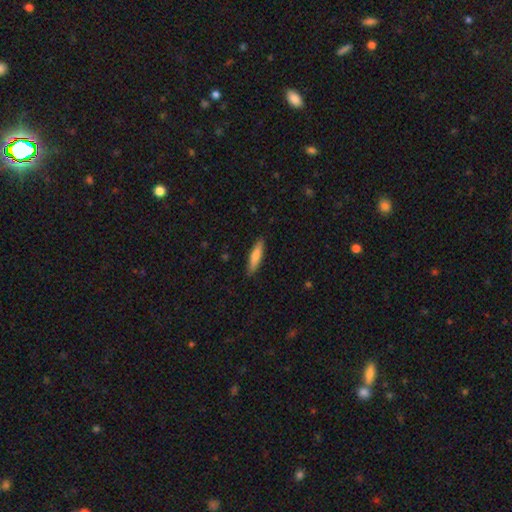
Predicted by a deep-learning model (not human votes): smooth-or-featured: smooth: 77% | featured or disk: 17% | star or artifact: 6%
  how-rounded: cigar-shaped: 79% | in between: 19% | round: 1%
  merging: none: 89% | minor disturbance: 9% | major disturbance: 2% | merger: 1%